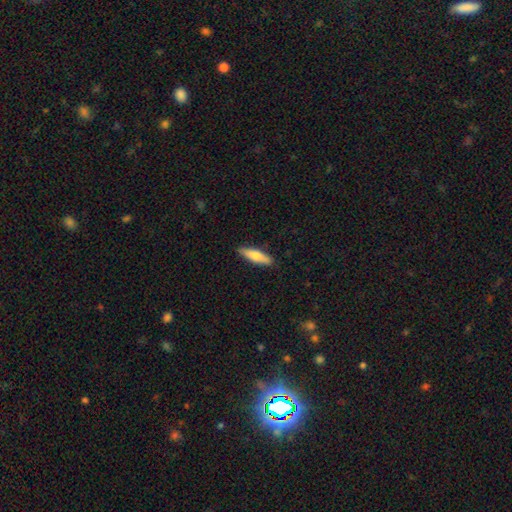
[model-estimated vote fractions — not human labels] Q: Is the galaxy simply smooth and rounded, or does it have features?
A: smooth — 73%.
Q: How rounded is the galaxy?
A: cigar-shaped — 67%.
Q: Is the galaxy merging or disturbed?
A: none — 88%.